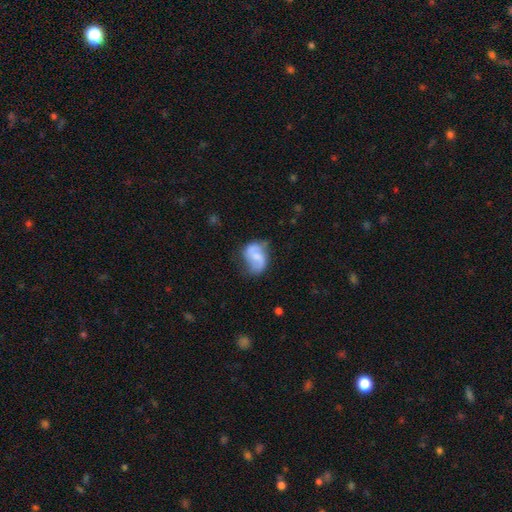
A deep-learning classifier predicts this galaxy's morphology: smooth-or-featured: featured or disk: 54% | smooth: 38% | star or artifact: 8%
  disk-edge-on: no: 97% | yes: 3%
    bar: no: 45% | weak: 41% | strong: 14%
    has-spiral-arms: yes: 83% | no: 17%
    bulge-size: small: 34% | none: 30% | moderate: 28% | large: 6% | dominant: 2%
  merging: none: 51% | minor disturbance: 31% | major disturbance: 15% | merger: 4%